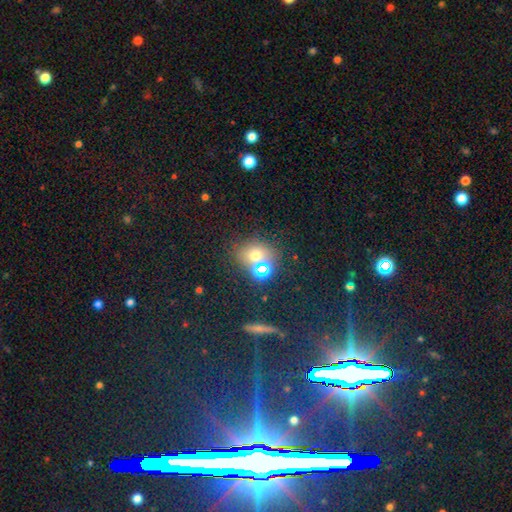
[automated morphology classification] Smooth or featured: smooth — 59% (star or artifact — 28%)
How rounded: round — 65% (in between — 33%)
Merging: none — 60% (merger — 24%)